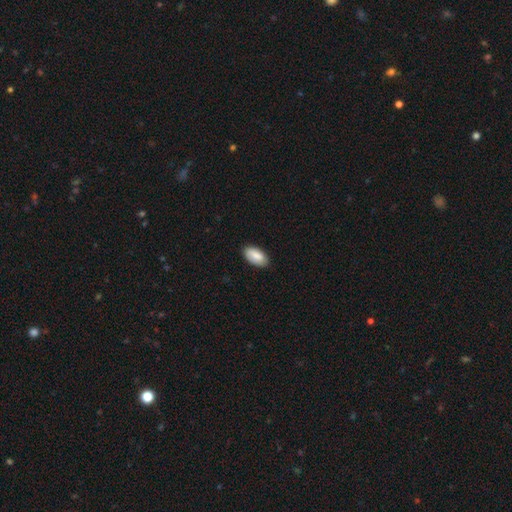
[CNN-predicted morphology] Overall: smooth (84%). How rounded: in between (95%). Merging: none (85%).